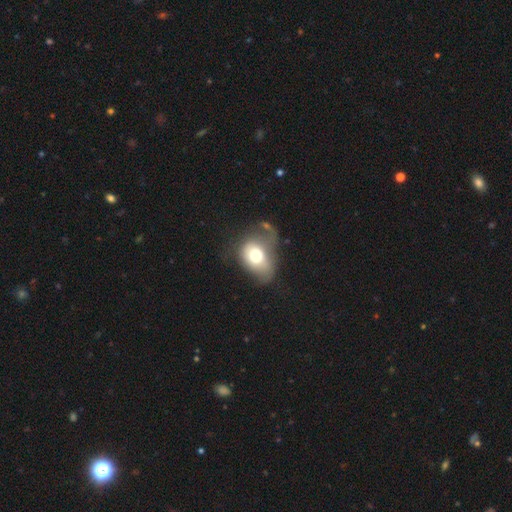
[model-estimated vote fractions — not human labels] Smooth or featured?
  - smooth: 64% *
  - featured or disk: 26%
  - star or artifact: 9%
How rounded?
  - in between: 63% *
  - round: 36%
  - cigar-shaped: 1%
Merging?
  - major disturbance: 41% *
  - minor disturbance: 28%
  - none: 25%
  - merger: 7%